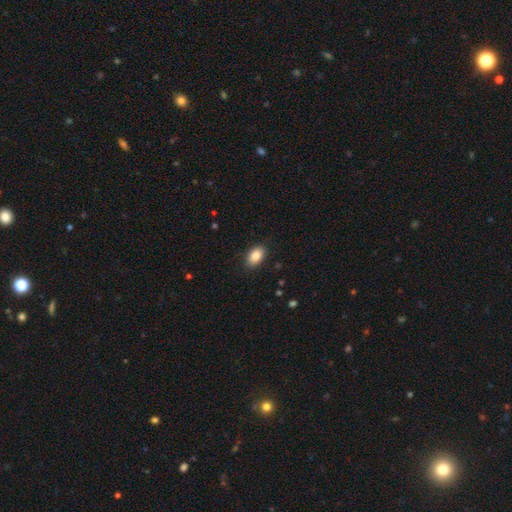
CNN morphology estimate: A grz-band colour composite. It shows a smooth galaxy with no disk features (85%) that is in between round and cigar-shaped (90%). Merging: none (88%).